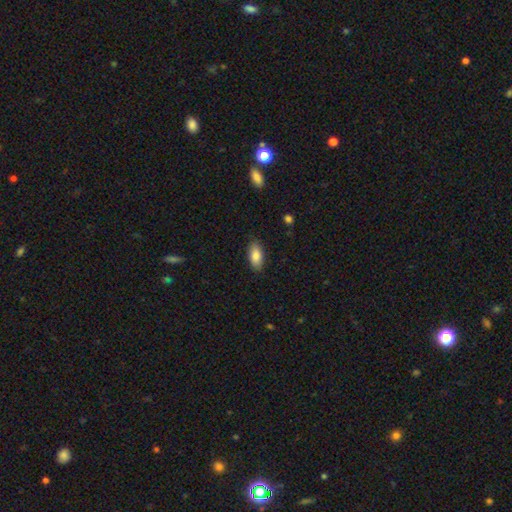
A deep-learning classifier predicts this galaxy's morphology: type=smooth (86%); roundness=in between (88%); merging=none (87%).